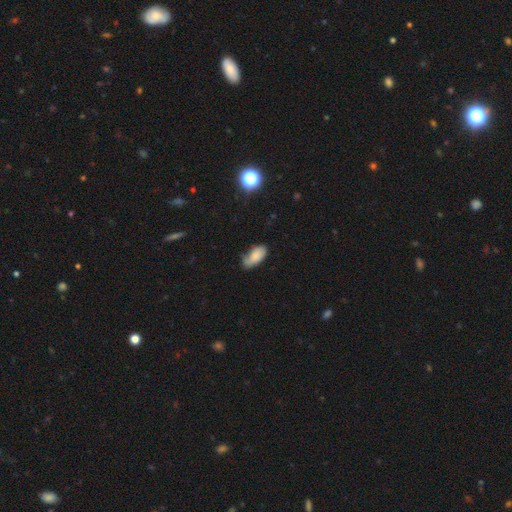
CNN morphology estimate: This is likely a smooth galaxy (77%). How rounded: clearly in between (92%). Merging: possibly none (46%).